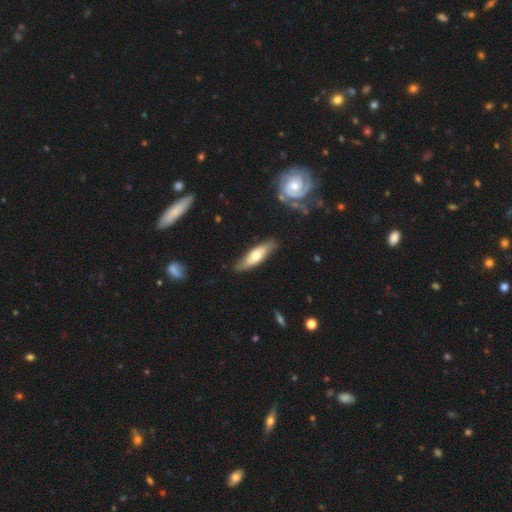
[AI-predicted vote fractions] Overall: smooth (55%; featured or disk 40%). How rounded: cigar-shaped (53%; in between 45%). Merging: none (81%).